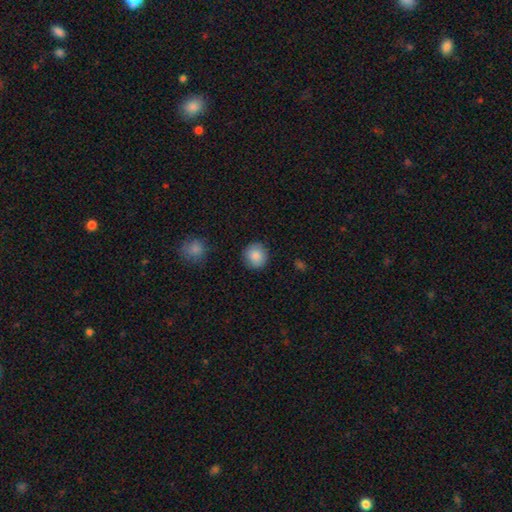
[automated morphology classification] The model was most divided on "smooth or featured": smooth: 86%, star or artifact: 8%, featured or disk: 6%. More confident: how rounded — round (92%); merging — none (89%).